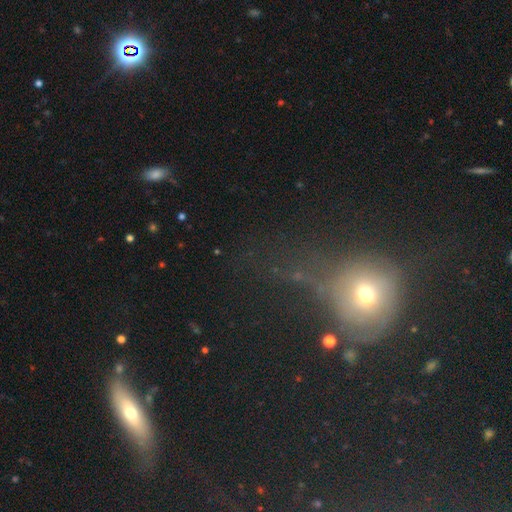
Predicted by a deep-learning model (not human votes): Q: Smooth or featured?
A: star or artifact (44%); runner-up: smooth (37%)